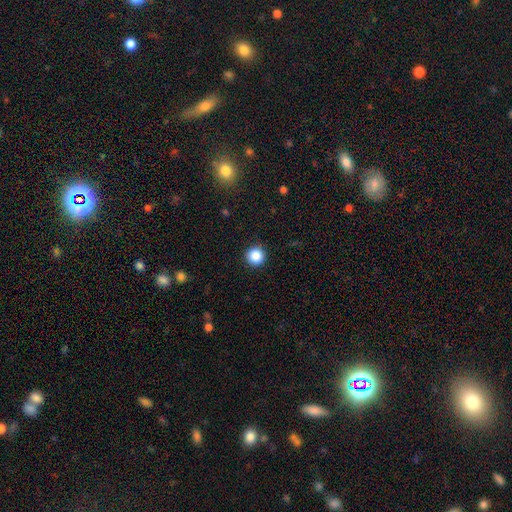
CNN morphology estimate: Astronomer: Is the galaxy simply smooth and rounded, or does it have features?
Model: smooth — 86%.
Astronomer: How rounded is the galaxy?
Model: round — 96%.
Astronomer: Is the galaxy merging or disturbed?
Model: none — 92%.